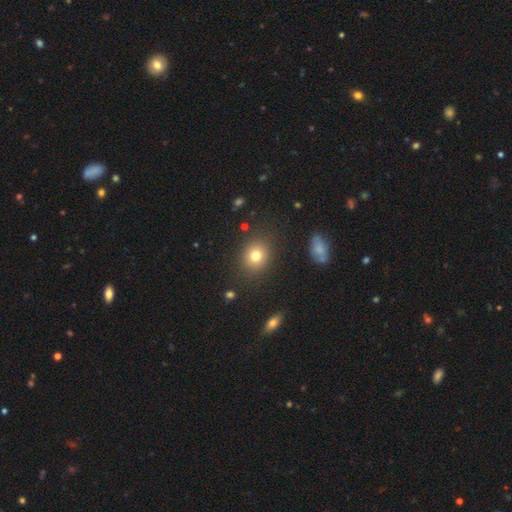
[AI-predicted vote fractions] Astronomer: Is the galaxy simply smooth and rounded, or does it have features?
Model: smooth — 78%.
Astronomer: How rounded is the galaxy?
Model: round — 67%.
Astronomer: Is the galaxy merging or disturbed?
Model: none — 85%.